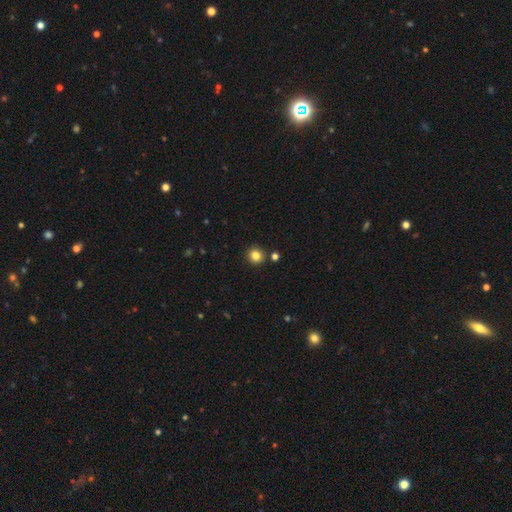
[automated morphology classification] smooth_or_featured: smooth (p=0.83) [alt: star or artifact p=0.12]
how_rounded: round (p=0.93) [alt: in between p=0.06]
merging: none (p=0.89) [alt: minor disturbance p=0.05]